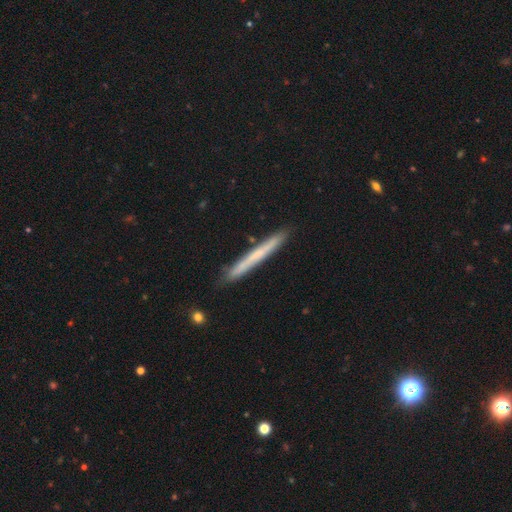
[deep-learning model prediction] Smooth or featured?
  - smooth: 55% *
  - featured or disk: 39%
  - star or artifact: 6%
How rounded?
  - cigar-shaped: 97% *
  - in between: 2%
  - round: 1%
Merging?
  - none: 89% *
  - minor disturbance: 9%
  - merger: 2%
  - major disturbance: 1%